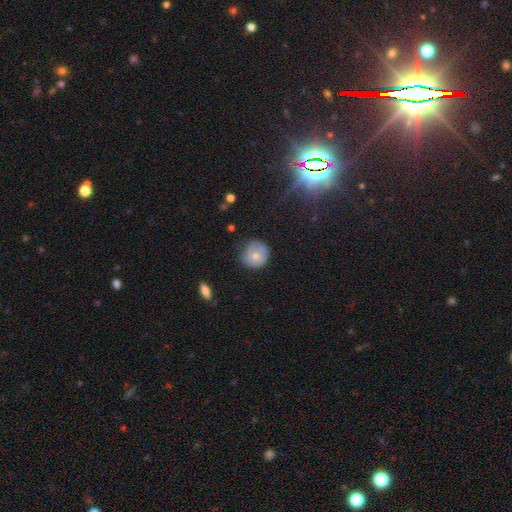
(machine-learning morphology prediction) Smooth or featured? smooth (66%)
How rounded? round (88%)
Merging? none (64%)